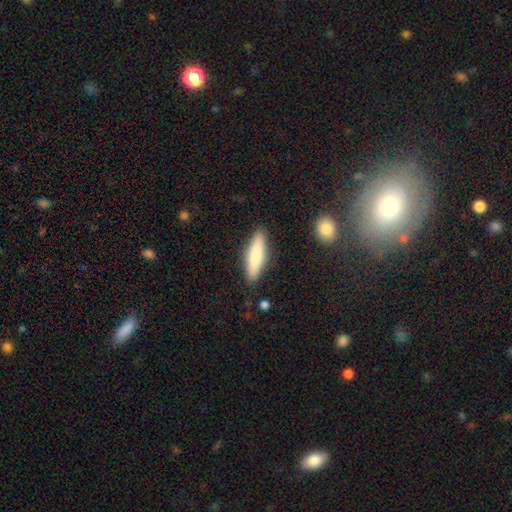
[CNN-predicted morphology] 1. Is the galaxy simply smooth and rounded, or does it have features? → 78% smooth, 17% featured or disk, 5% star or artifact.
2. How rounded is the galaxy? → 71% cigar-shaped, 28% in between, 2% round.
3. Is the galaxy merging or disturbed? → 88% none, 8% minor disturbance, 2% major disturbance, 2% merger.